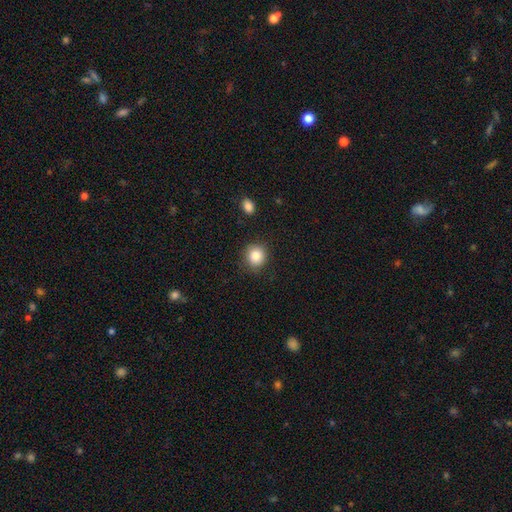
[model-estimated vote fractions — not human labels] This appears to be a smooth galaxy with no disk features (86%) that is round (86%). Merging: none (85%).